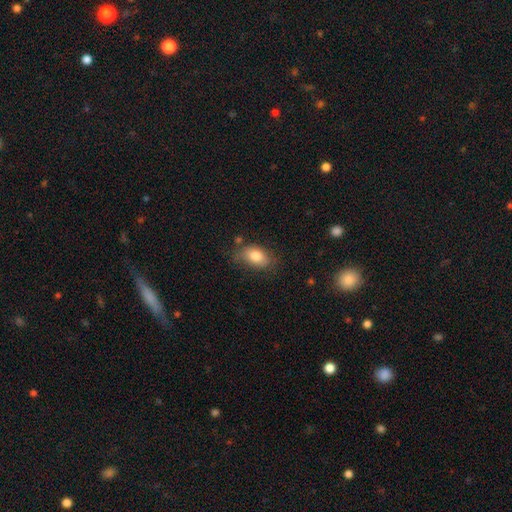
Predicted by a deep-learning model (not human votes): Morphology: type=smooth (81%); roundness=in between (87%); merging=none (68%).